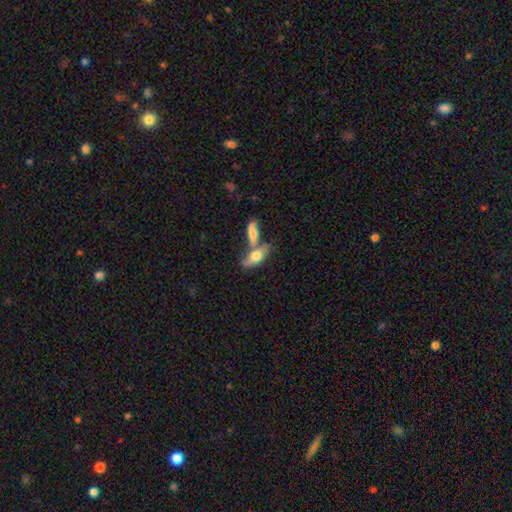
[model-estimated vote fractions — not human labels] Overall: smooth (67%; featured or disk 27%). How rounded: in between (72%). Merging: merger (48%; none 35%).